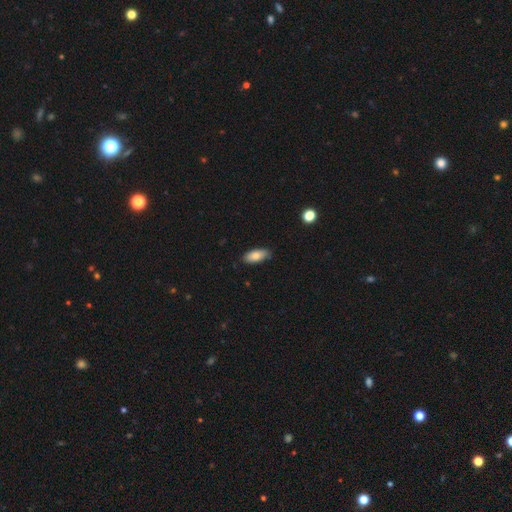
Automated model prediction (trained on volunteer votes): Morphology: type=smooth (81%); roundness=in between (88%); merging=none (83%).